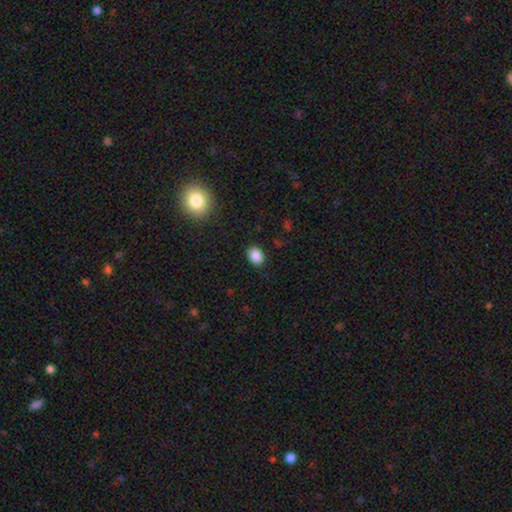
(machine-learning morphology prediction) A smooth galaxy with no disk features (87%) that is in between round and cigar-shaped (69%). Merging: none (87%).